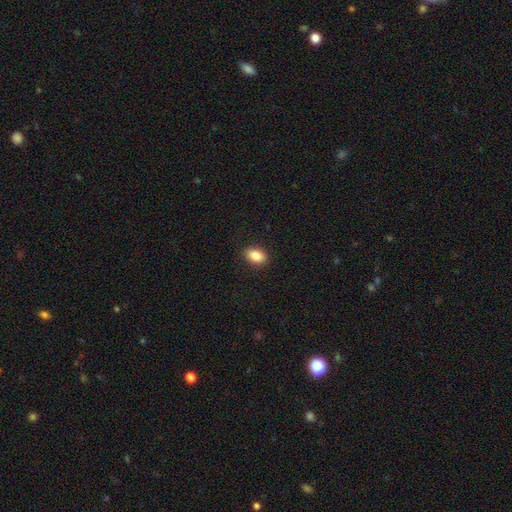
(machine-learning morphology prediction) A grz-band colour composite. It shows a smooth galaxy with no disk features (85%) that is in between round and cigar-shaped (82%). Merging: none (90%).